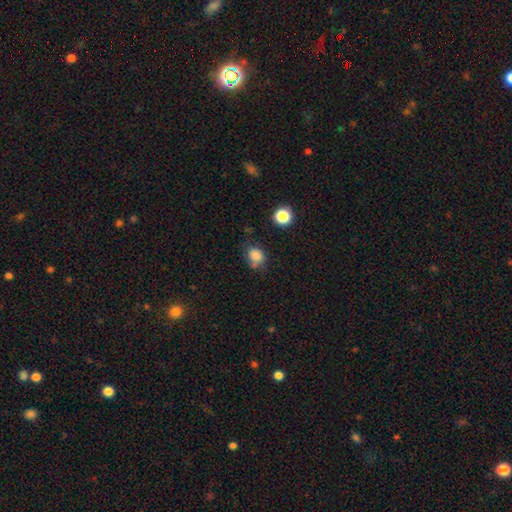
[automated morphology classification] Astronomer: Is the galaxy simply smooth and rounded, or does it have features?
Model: smooth — 82%.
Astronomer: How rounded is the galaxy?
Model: round — 53% (runner-up: in between, 46%).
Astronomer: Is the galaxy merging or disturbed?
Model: none — 57%.